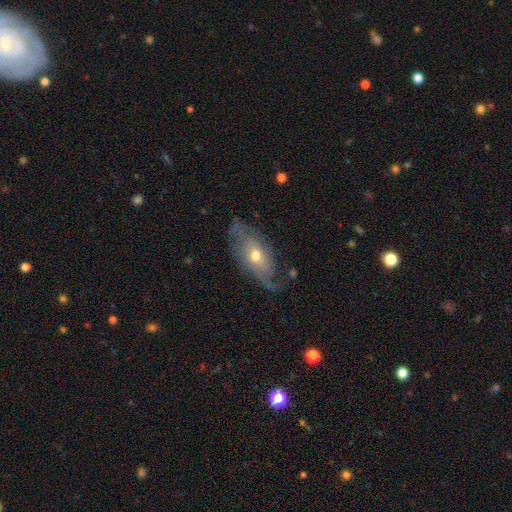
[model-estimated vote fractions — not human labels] Smooth or featured? Predicted: featured or disk (p=0.57). Edge-on disk? Predicted: no (p=0.81). Merging? Predicted: none (p=0.56).